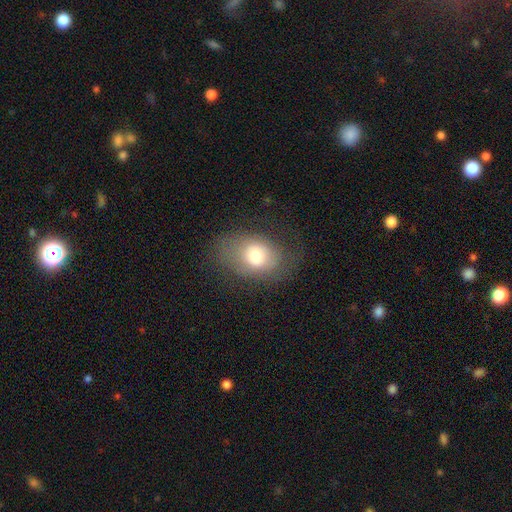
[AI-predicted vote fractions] smooth-or-featured: smooth: 71% | featured or disk: 18% | star or artifact: 10%
  how-rounded: in between: 73% | round: 26% | cigar-shaped: 1%
  merging: none: 61% | minor disturbance: 22% | major disturbance: 16% | merger: 1%